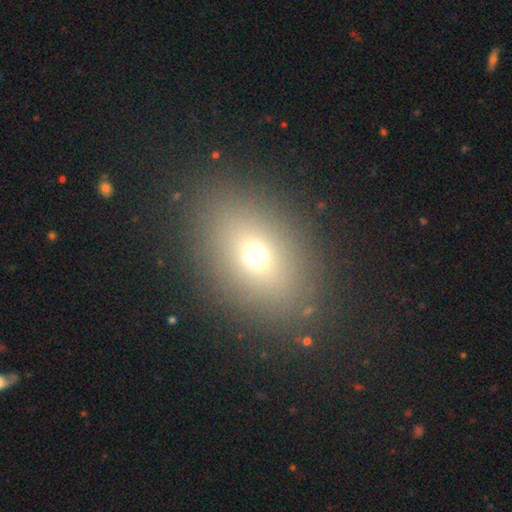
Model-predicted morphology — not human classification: Smooth or featured?
  - smooth: 67% *
  - star or artifact: 18%
  - featured or disk: 15%
How rounded?
  - in between: 73% *
  - round: 25%
  - cigar-shaped: 2%
Merging?
  - none: 86% *
  - minor disturbance: 8%
  - major disturbance: 4%
  - merger: 2%